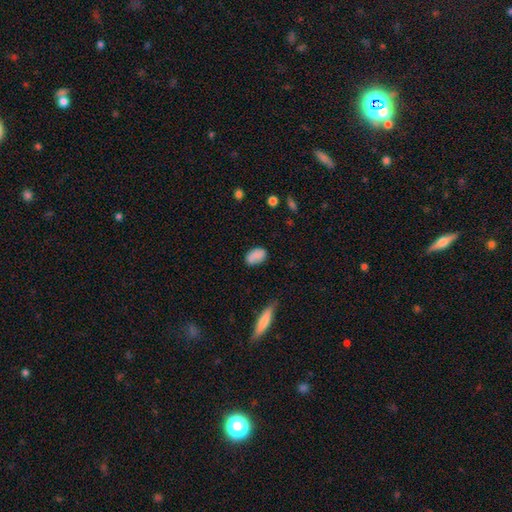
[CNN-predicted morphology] type=smooth (84%); roundness=in between (89%); merging=none (70%).